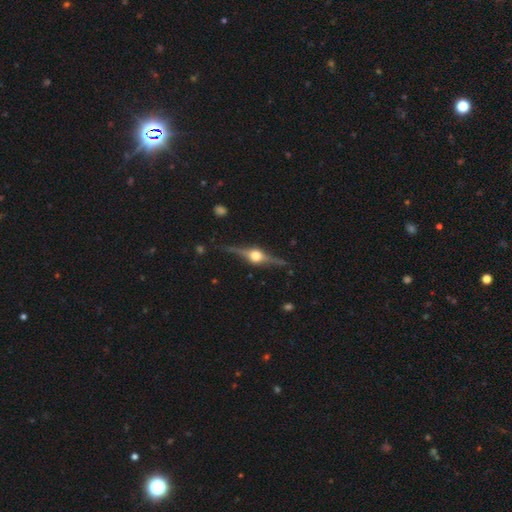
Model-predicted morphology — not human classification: Q: Smooth or featured?
A: featured or disk (88%); runner-up: smooth (7%)
Q: Edge-on disk?
A: yes (98%); runner-up: no (2%)
Q: Edge-on bulge?
A: rounded (96%); runner-up: boxy (3%)
Q: Merging?
A: none (88%); runner-up: minor disturbance (8%)